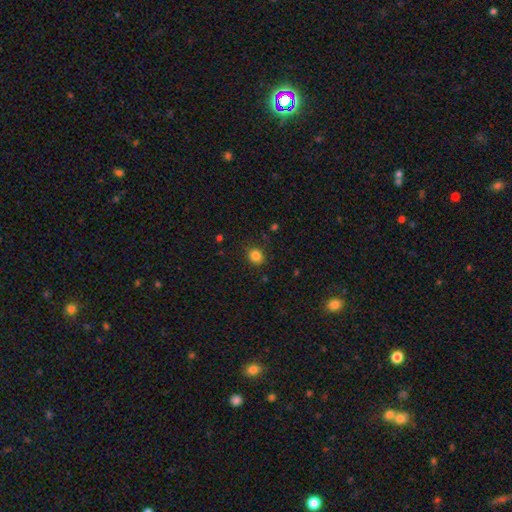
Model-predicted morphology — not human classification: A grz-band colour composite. It shows a smooth galaxy with no disk features (84%) that is round (77%). Merging: none (87%).